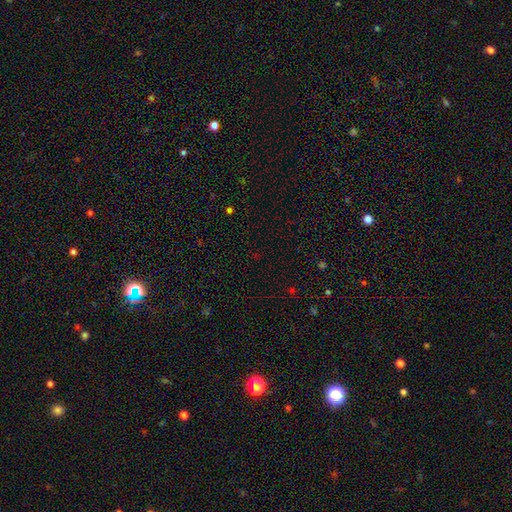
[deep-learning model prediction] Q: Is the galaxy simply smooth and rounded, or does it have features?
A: star or artifact — 66%.